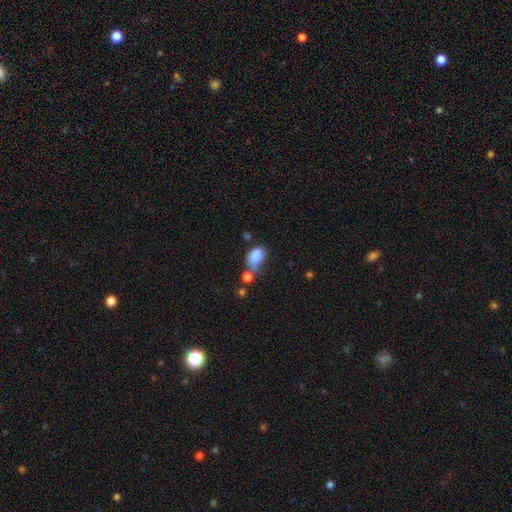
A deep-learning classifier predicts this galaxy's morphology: Smooth or featured: smooth — 80% (featured or disk — 10%)
How rounded: in between — 82% (round — 16%)
Merging: merger — 34% (none — 26%)